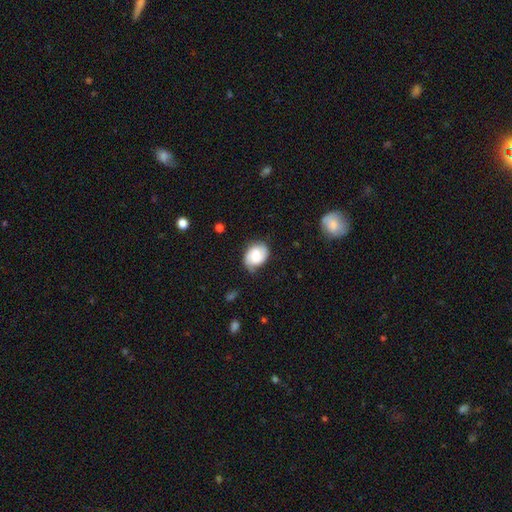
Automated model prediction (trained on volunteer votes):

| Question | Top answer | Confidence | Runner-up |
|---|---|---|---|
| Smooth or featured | featured or disk | 48% | smooth (44%) |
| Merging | none | 64% | minor disturbance (26%) |